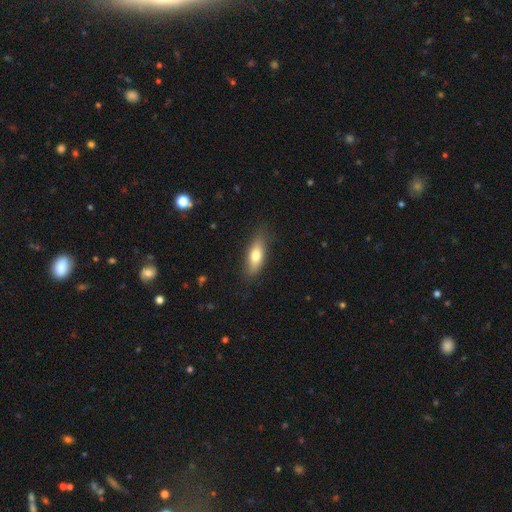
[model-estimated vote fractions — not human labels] smooth 72%, featured or disk 22%, star or artifact 7%. Down the decision tree: how rounded — in between (66%); merging — none (83%).